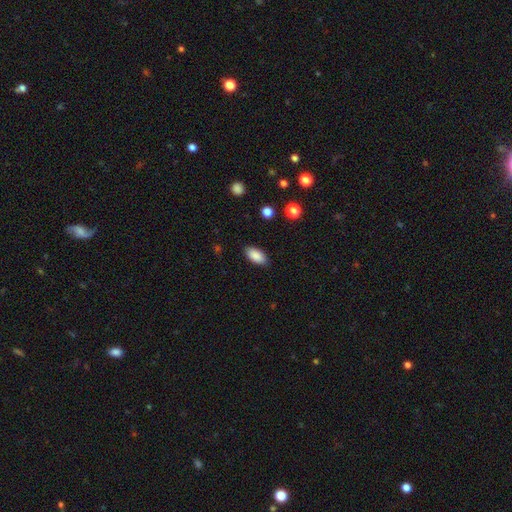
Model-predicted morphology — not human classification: This appears to be a smooth galaxy with no disk features (89%) that is in between round and cigar-shaped (93%). Merging: none (88%).